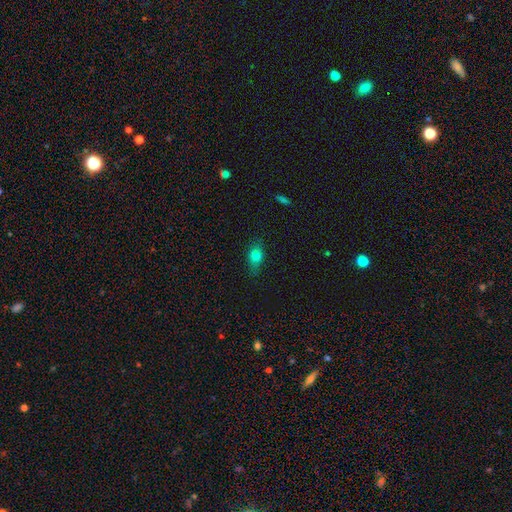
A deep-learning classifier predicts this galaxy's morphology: A smooth galaxy with no disk features (76%) that is in between round and cigar-shaped (72%).

Vote fractions:
- Smooth or featured? smooth: 76% / featured or disk: 13% / star or artifact: 11%
- How rounded? in between: 72% / round: 21% / cigar-shaped: 7%
- Merging? none: 77% / minor disturbance: 18% / major disturbance: 3% / merger: 1%